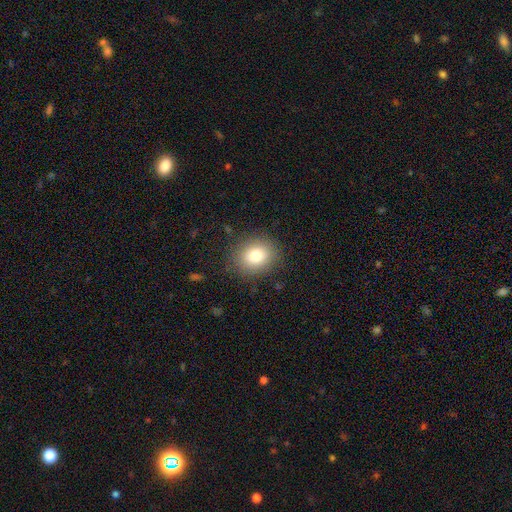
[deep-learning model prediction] smooth-or-featured: smooth: 78% | star or artifact: 11% | featured or disk: 11%
  how-rounded: round: 69% | in between: 30% | cigar-shaped: 1%
  merging: none: 86% | minor disturbance: 9% | major disturbance: 4% | merger: 1%